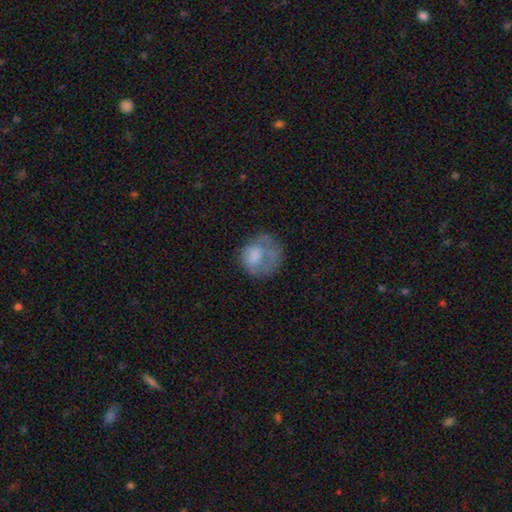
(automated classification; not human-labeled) Smooth or featured? smooth (61%)
How rounded? round (69%)
Merging? none (39%)